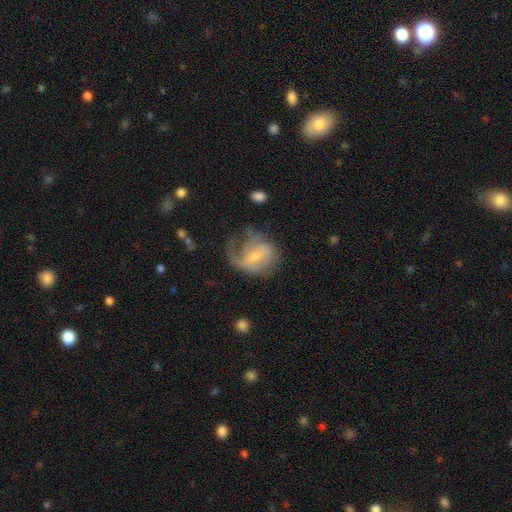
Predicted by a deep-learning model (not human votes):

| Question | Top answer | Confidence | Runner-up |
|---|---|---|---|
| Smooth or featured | featured or disk | 62% | smooth (30%) |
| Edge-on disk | no | 97% | yes (3%) |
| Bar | weak | 50% | no (34%) |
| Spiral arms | yes | 77% | no (23%) |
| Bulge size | small | 52% | moderate (36%) |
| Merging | major disturbance | 40% | none (35%) |